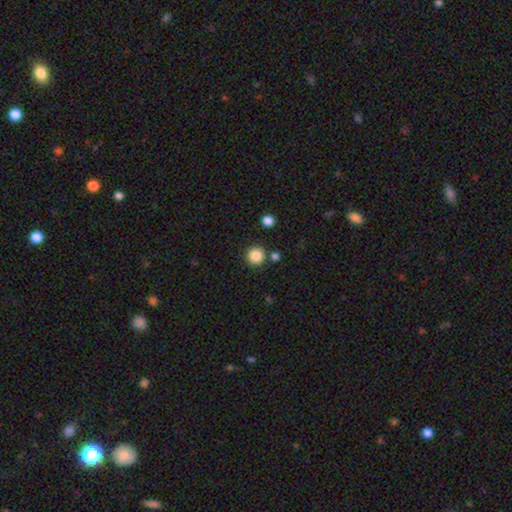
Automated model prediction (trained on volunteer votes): smooth-or-featured: smooth: 86% | star or artifact: 10% | featured or disk: 3%
  how-rounded: round: 95% | in between: 4% | cigar-shaped: 1%
  merging: none: 86% | minor disturbance: 6% | merger: 5% | major disturbance: 2%